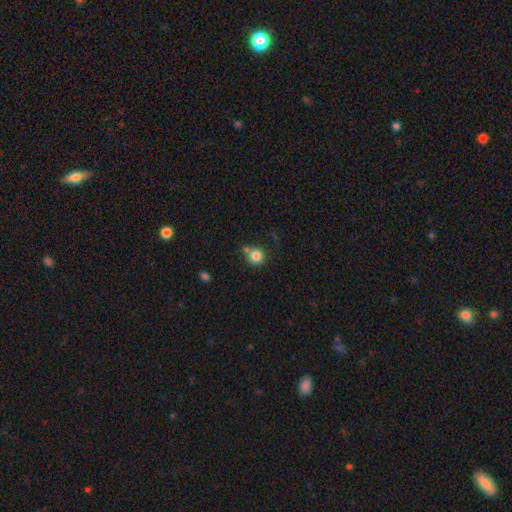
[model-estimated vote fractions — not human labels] Smooth or featured?
  - smooth: 83% *
  - star or artifact: 10%
  - featured or disk: 7%
How rounded?
  - round: 90% *
  - in between: 9%
  - cigar-shaped: 1%
Merging?
  - none: 61% *
  - merger: 22%
  - minor disturbance: 12%
  - major disturbance: 4%